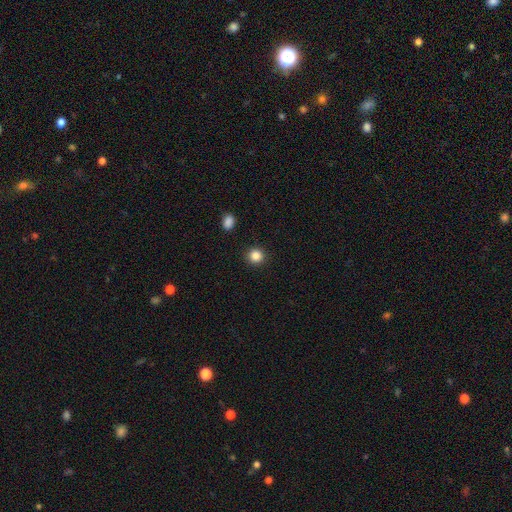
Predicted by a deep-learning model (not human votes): smooth_or_featured: smooth (p=0.86) [alt: star or artifact p=0.11]
how_rounded: round (p=0.92) [alt: in between p=0.07]
merging: none (p=0.92) [alt: minor disturbance p=0.05]